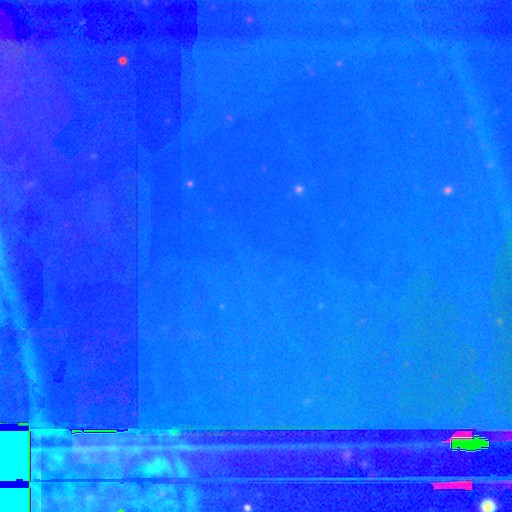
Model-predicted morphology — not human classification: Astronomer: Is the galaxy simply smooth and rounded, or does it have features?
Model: star or artifact — 85%.